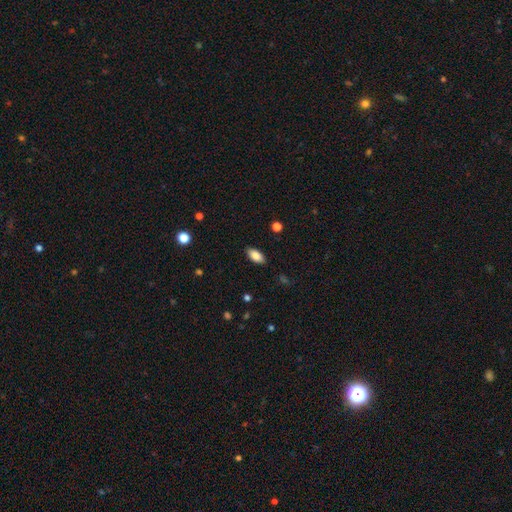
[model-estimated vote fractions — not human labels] Smooth or featured: smooth — 84% (featured or disk — 9%)
How rounded: in between — 91% (cigar-shaped — 7%)
Merging: none — 88% (minor disturbance — 9%)